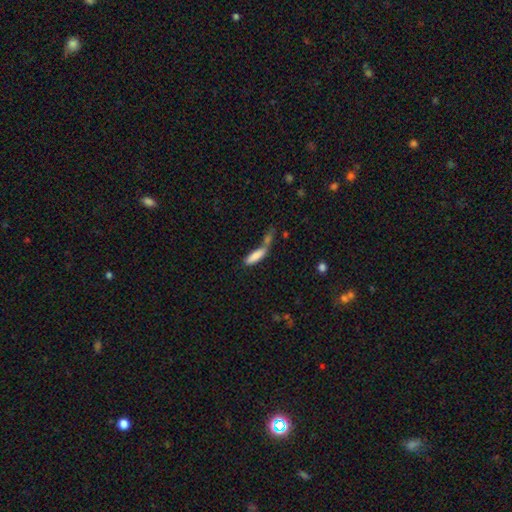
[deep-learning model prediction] Smooth or featured? Predicted: smooth (p=0.82). How rounded? Predicted: cigar-shaped (p=0.59). Merging? Predicted: merger (p=0.48).